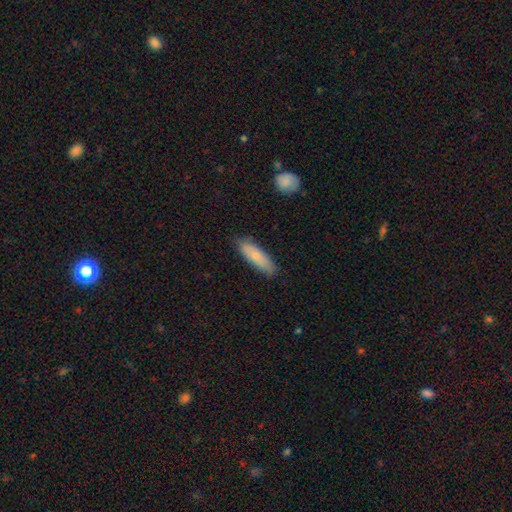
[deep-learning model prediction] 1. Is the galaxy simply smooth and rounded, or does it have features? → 74% smooth, 20% featured or disk, 6% star or artifact.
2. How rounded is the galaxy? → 57% cigar-shaped, 41% in between, 2% round.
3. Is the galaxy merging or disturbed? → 84% none, 12% minor disturbance, 2% major disturbance, 1% merger.